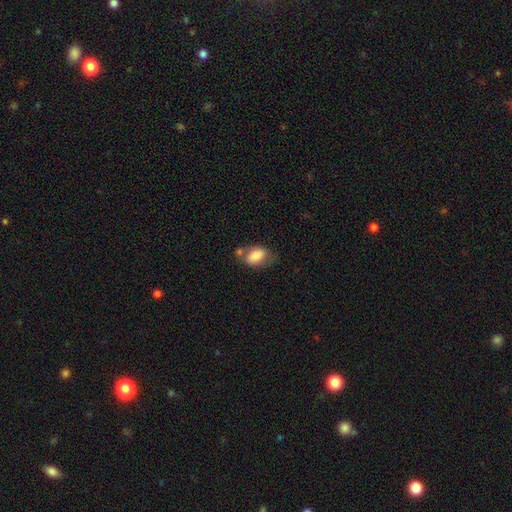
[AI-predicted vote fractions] This appears to be a smooth galaxy with no disk features (80%) that is in between round and cigar-shaped (84%). Merging: none (45%).